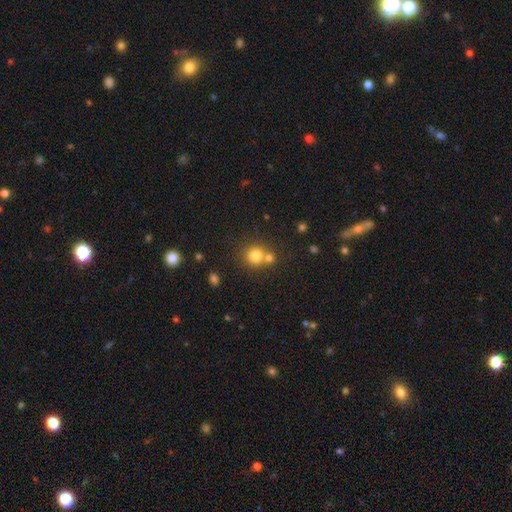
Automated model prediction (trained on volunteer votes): Smooth or featured?
  - smooth: 78% *
  - star or artifact: 13%
  - featured or disk: 9%
How rounded?
  - round: 88% *
  - in between: 11%
  - cigar-shaped: 1%
Merging?
  - none: 54% *
  - merger: 36%
  - minor disturbance: 7%
  - major disturbance: 3%